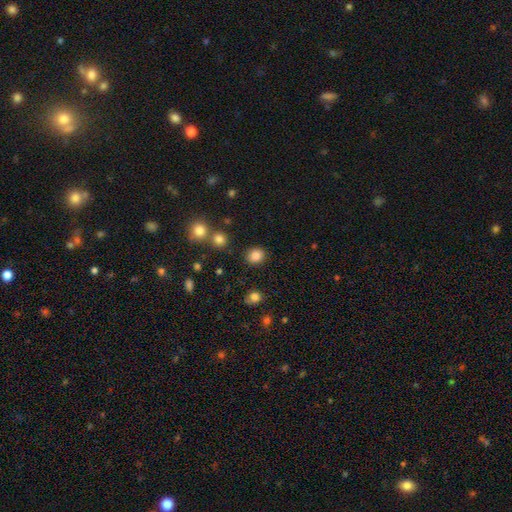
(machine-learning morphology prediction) type=smooth (84%); roundness=round (73%); merging=none (87%).